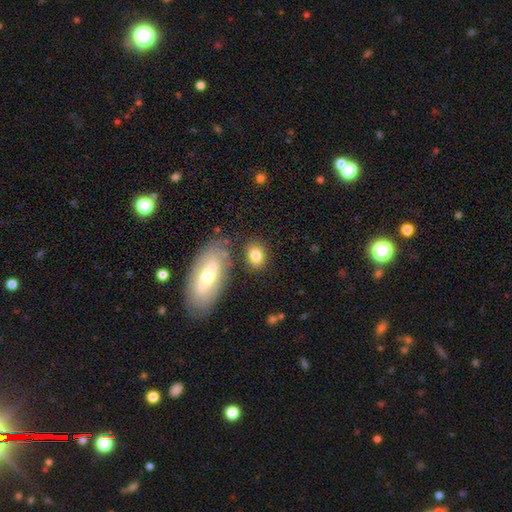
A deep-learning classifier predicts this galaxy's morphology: Smooth or featured?
  - smooth: 80% *
  - featured or disk: 11%
  - star or artifact: 9%
How rounded?
  - in between: 60% *
  - round: 37%
  - cigar-shaped: 2%
Merging?
  - none: 77% *
  - minor disturbance: 11%
  - merger: 8%
  - major disturbance: 4%